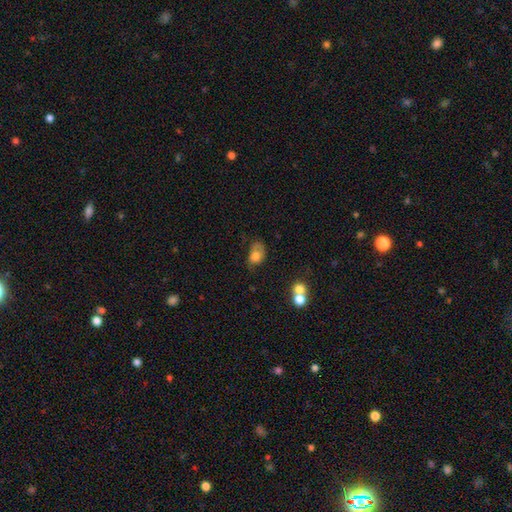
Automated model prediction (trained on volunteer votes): Smooth or featured: smooth — 74% (featured or disk — 17%)
How rounded: in between — 80% (round — 19%)
Merging: none — 36% (minor disturbance — 35%)